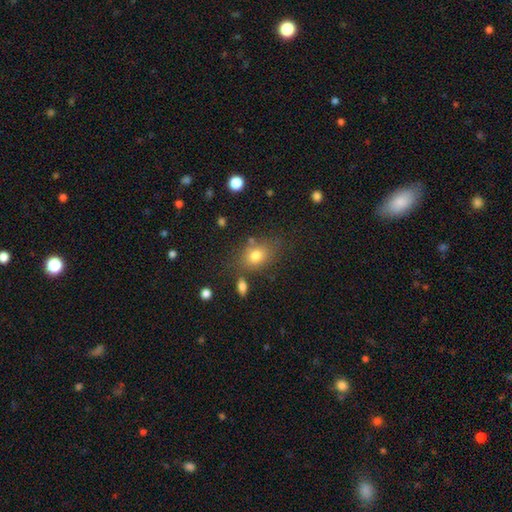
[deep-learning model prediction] smooth 76%, star or artifact 12%, featured or disk 11%. Down the decision tree: how rounded — in between (64%); merging — none (69%).